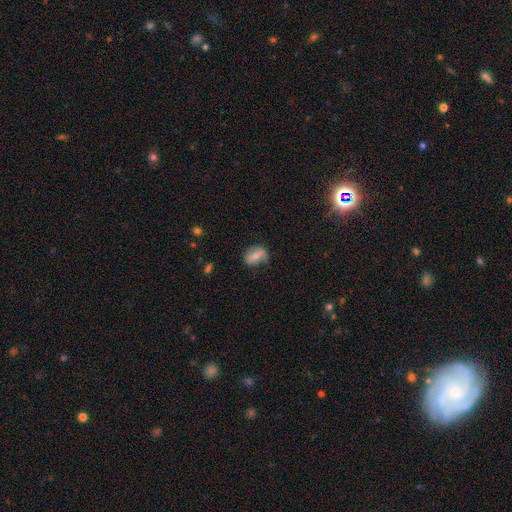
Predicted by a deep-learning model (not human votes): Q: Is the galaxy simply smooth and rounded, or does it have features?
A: smooth — 52%.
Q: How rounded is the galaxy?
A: in between — 63%.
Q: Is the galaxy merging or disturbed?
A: none — 59%.